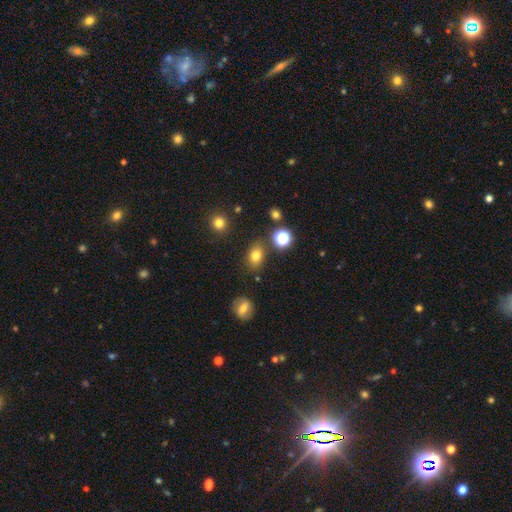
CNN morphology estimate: smooth 76%, star or artifact 14%, featured or disk 9%. Down the decision tree: how rounded — in between (69%); merging — none (80%).